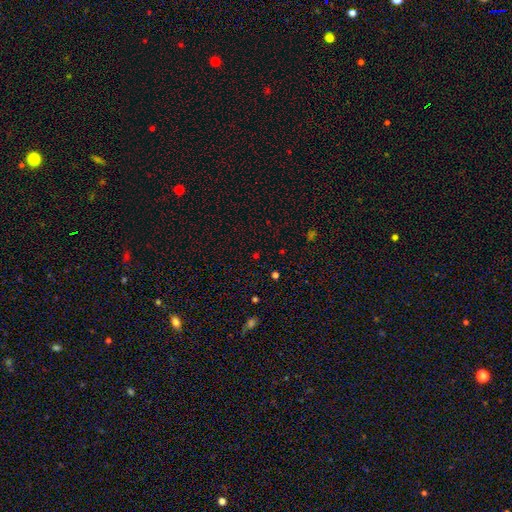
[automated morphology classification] smooth-or-featured: star or artifact: 55% | smooth: 38% | featured or disk: 7%